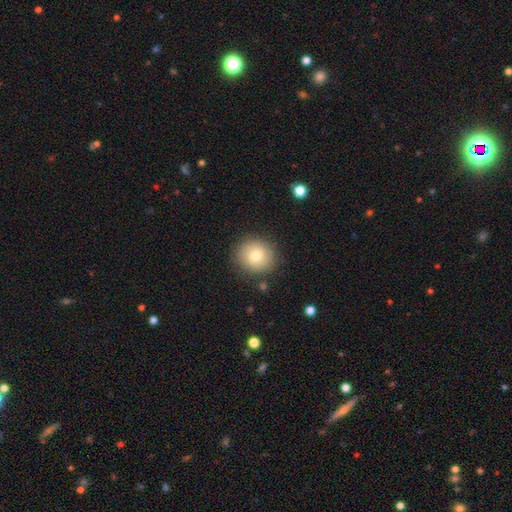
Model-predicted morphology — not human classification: Overall: smooth (76%). How rounded: round (89%). Merging: none (87%).